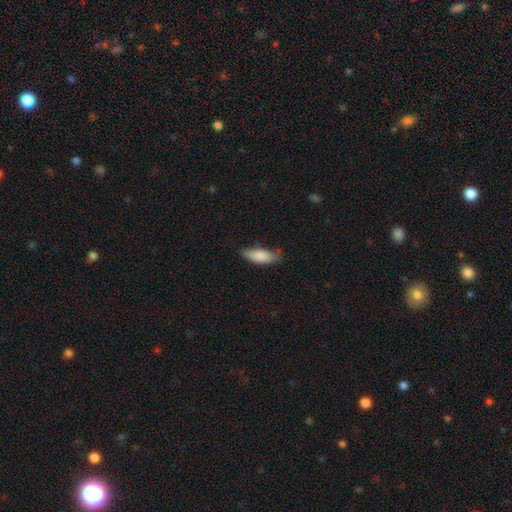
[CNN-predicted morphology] Q: Smooth or featured?
A: smooth (83%); runner-up: featured or disk (10%)
Q: How rounded?
A: in between (71%); runner-up: cigar-shaped (26%)
Q: Merging?
A: none (60%); runner-up: minor disturbance (31%)